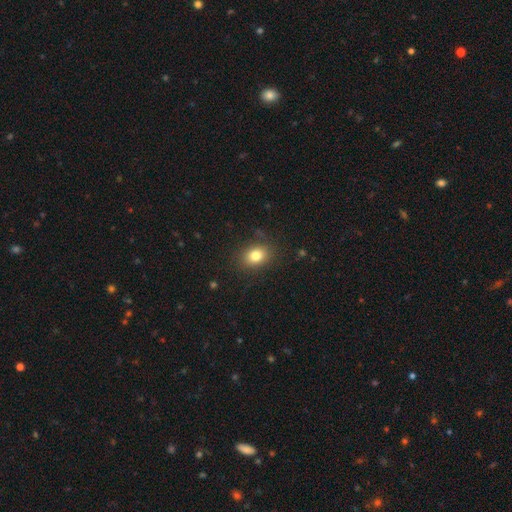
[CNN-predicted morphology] Smooth or featured: smooth — 81% (star or artifact — 11%)
How rounded: in between — 59% (round — 40%)
Merging: none — 86% (minor disturbance — 10%)